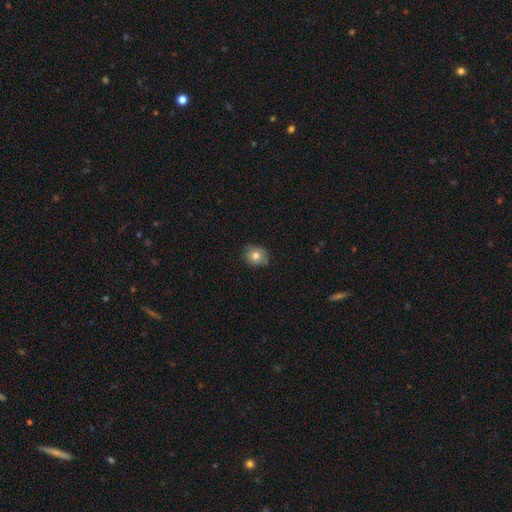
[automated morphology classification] Smooth or featured? smooth (76%)
How rounded? round (67%)
Merging? none (80%)